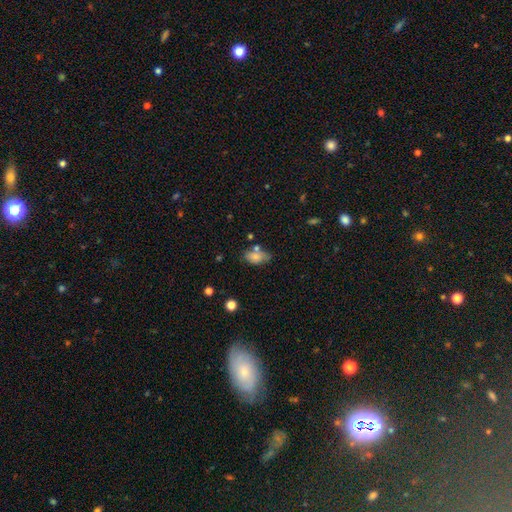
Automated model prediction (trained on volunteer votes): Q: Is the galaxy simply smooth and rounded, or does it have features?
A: smooth — 78%.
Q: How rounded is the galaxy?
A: in between — 90%.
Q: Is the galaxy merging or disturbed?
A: none — 57%.